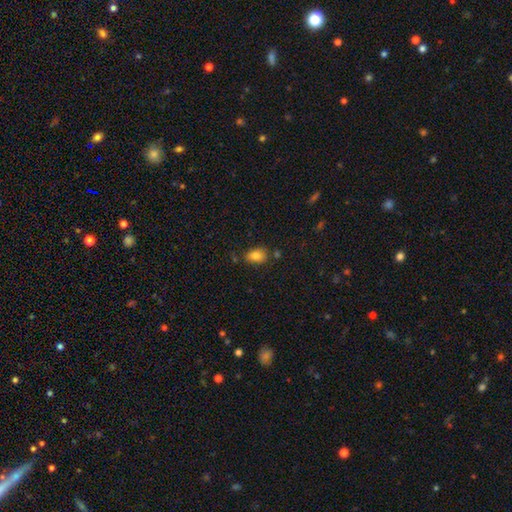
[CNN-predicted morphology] A smooth galaxy with no disk features (81%) that is in between round and cigar-shaped (80%).

Vote fractions:
- Smooth or featured? smooth: 81% / featured or disk: 9% / star or artifact: 9%
- How rounded? in between: 80% / round: 19% / cigar-shaped: 2%
- Merging? none: 69% / minor disturbance: 20% / merger: 7% / major disturbance: 4%